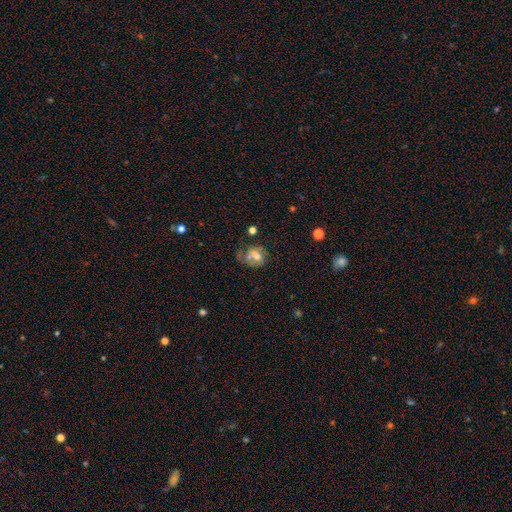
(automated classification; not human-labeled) Q: Smooth or featured?
A: smooth (45%); runner-up: featured or disk (41%)
Q: Merging?
A: none (35%); runner-up: major disturbance (24%)